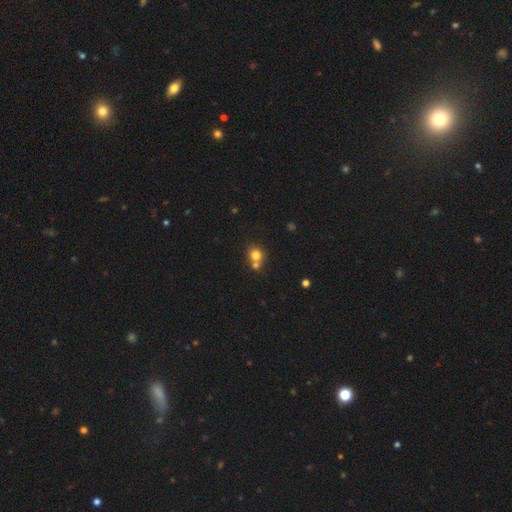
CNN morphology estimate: smooth_or_featured: smooth (p=0.78) [alt: star or artifact p=0.13]
how_rounded: round (p=0.85) [alt: in between p=0.14]
merging: none (p=0.49) [alt: merger p=0.41]